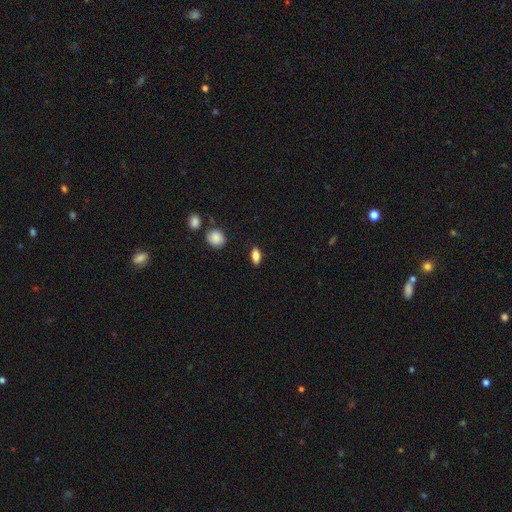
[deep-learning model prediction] smooth 82%, featured or disk 10%, star or artifact 8%. Down the decision tree: how rounded — in between (85%); merging — none (87%).